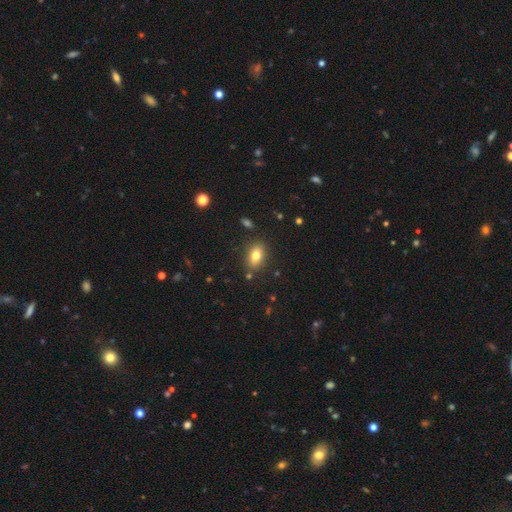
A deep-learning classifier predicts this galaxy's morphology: Smooth or featured: smooth — 77% (featured or disk — 13%)
How rounded: in between — 83% (round — 14%)
Merging: none — 84% (minor disturbance — 10%)